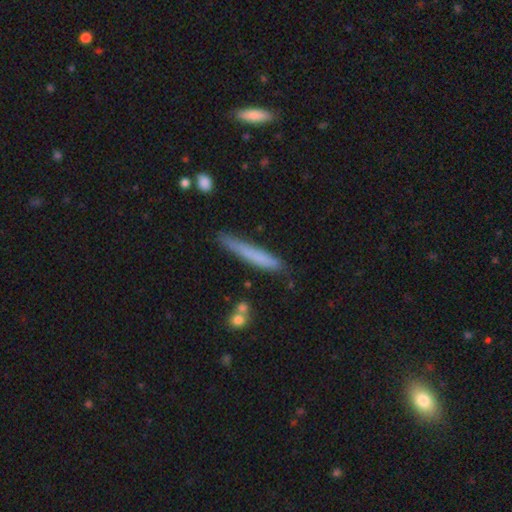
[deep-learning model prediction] Smooth or featured? Predicted: smooth (p=0.70). How rounded? Predicted: cigar-shaped (p=0.95). Merging? Predicted: none (p=0.75).